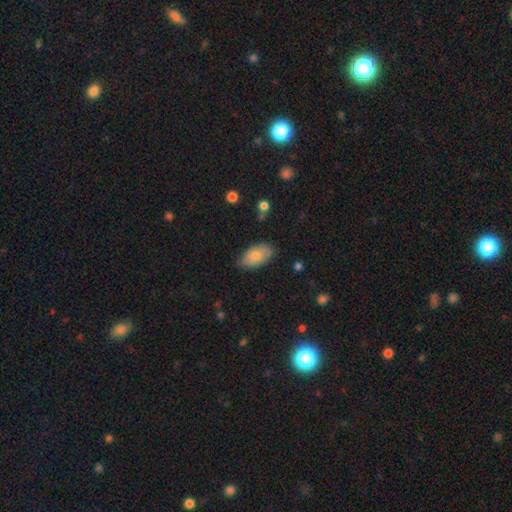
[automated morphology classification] Smooth or featured?
  - smooth: 80% *
  - featured or disk: 13%
  - star or artifact: 6%
How rounded?
  - in between: 94% *
  - round: 4%
  - cigar-shaped: 2%
Merging?
  - none: 72% *
  - minor disturbance: 22%
  - major disturbance: 4%
  - merger: 1%